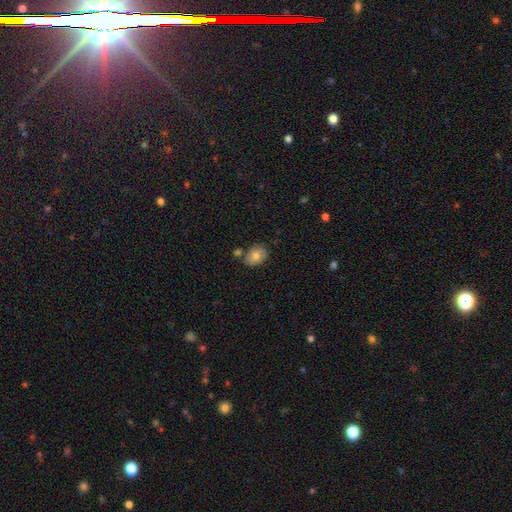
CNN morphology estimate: Overall: smooth (79%). How rounded: in between (65%; round 34%). Merging: none (70%).